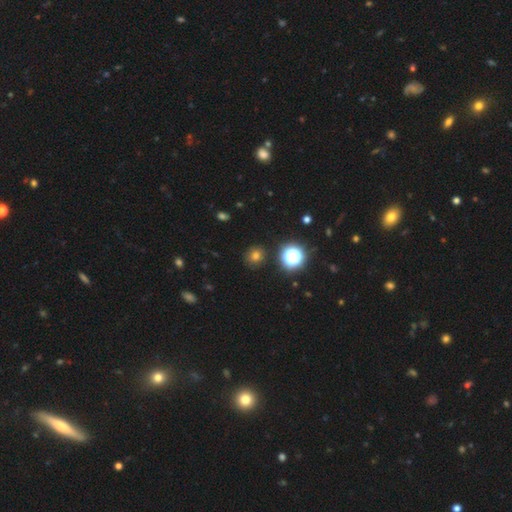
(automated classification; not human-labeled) Morphology: type=smooth (72%); roundness=round (88%); merging=none (88%).